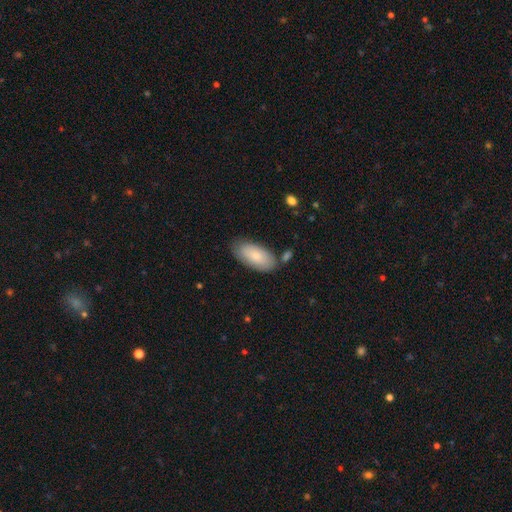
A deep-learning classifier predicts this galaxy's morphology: Smooth or featured? smooth (80%)
How rounded? in between (92%)
Merging? none (74%)